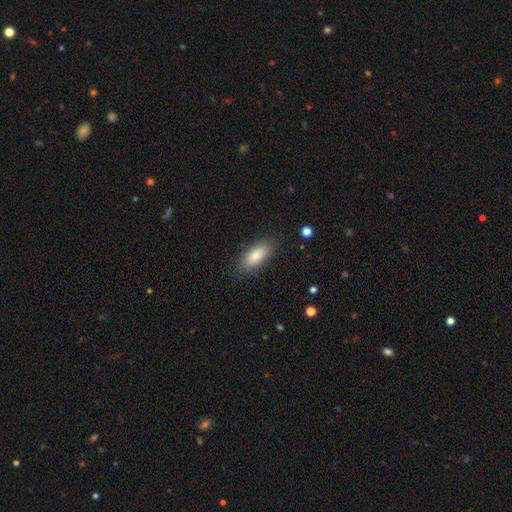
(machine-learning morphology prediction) A smooth galaxy with no disk features (83%) that is in between round and cigar-shaped (83%).

Vote fractions:
- Smooth or featured? smooth: 83% / featured or disk: 11% / star or artifact: 7%
- How rounded? in between: 83% / cigar-shaped: 15% / round: 2%
- Merging? none: 85% / minor disturbance: 11% / major disturbance: 3% / merger: 1%